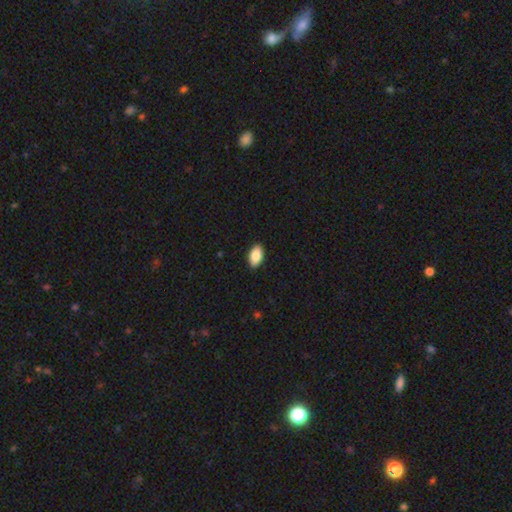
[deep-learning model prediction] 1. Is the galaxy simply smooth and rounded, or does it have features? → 86% smooth, 7% featured or disk, 7% star or artifact.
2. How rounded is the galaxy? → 94% in between, 4% round, 2% cigar-shaped.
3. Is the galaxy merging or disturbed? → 91% none, 7% minor disturbance, 2% major disturbance, 1% merger.